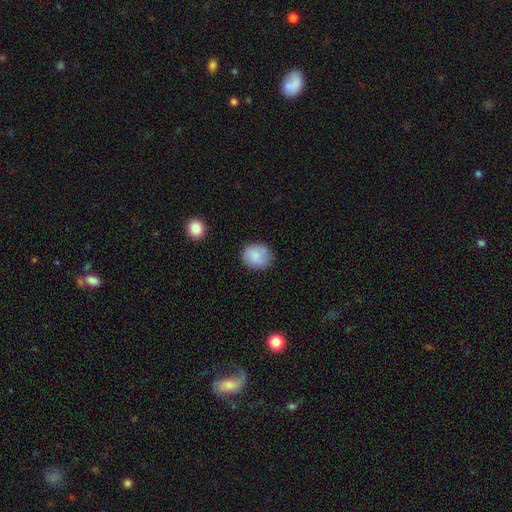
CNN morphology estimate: The model was most divided on "how rounded": round: 70%, in between: 29%, cigar-shaped: 1%. More confident: smooth or featured — smooth (85%); merging — none (79%).